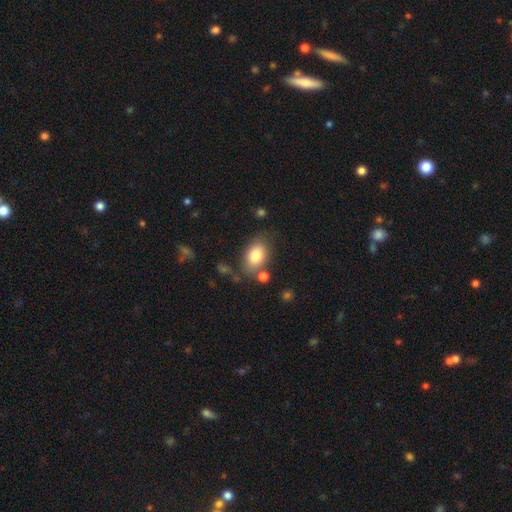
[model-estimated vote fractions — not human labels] This appears to be a smooth galaxy with no disk features (82%) that is in between round and cigar-shaped (85%). Merging: none (70%).